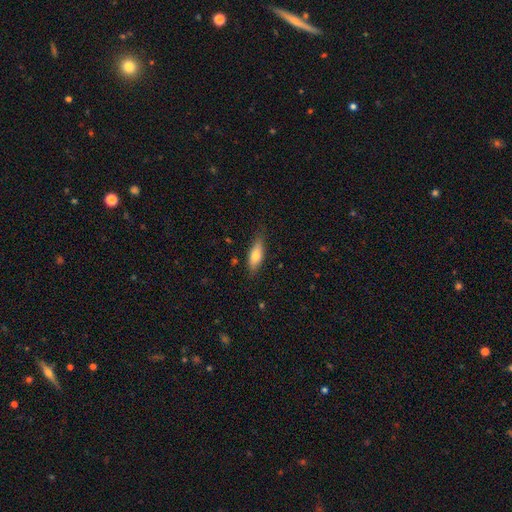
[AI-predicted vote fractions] Smooth or featured? Predicted: smooth (p=0.69). How rounded? Predicted: in between (p=0.65). Merging? Predicted: none (p=0.81).